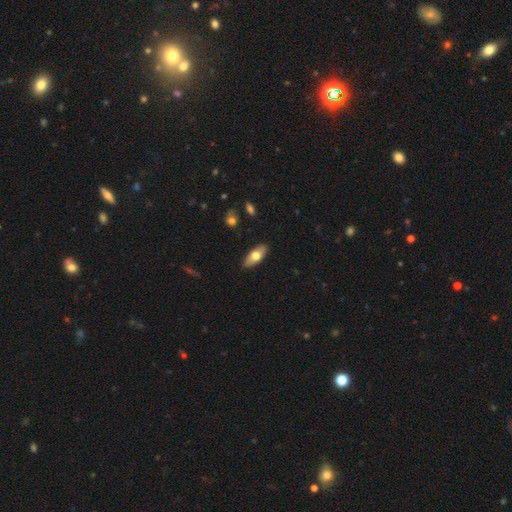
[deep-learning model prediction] Smooth or featured? Predicted: smooth (p=0.65). How rounded? Predicted: in between (p=0.81). Merging? Predicted: none (p=0.88).